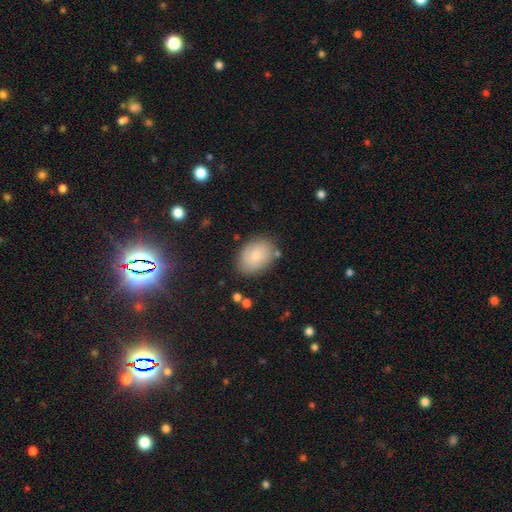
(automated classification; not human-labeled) This appears to be a smooth galaxy with no disk features (82%) that is in between round and cigar-shaped (79%). Merging: none (80%).